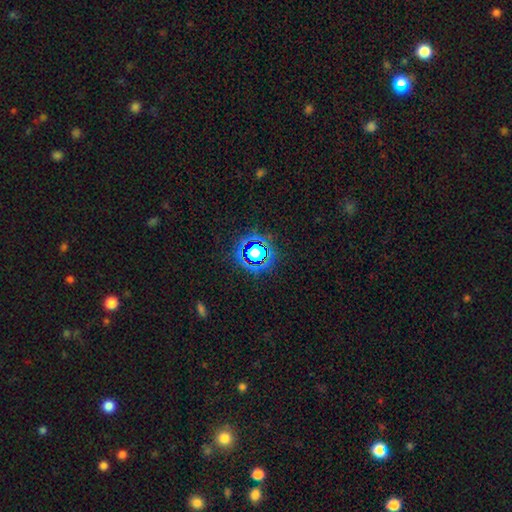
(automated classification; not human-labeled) Smooth or featured? star or artifact (78%)